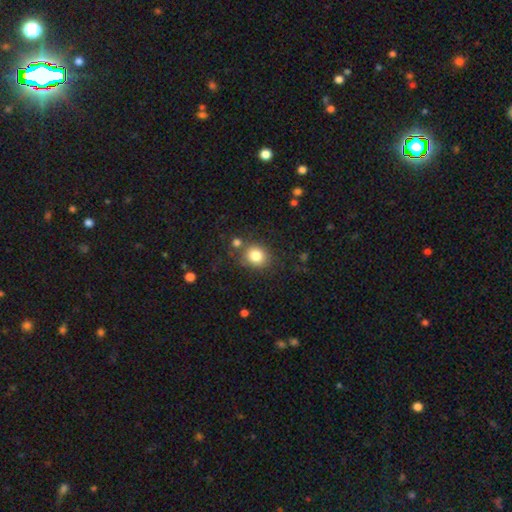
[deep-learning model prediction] A smooth galaxy with no disk features (82%) that is round (77%).

Vote fractions:
- Smooth or featured? smooth: 82% / star or artifact: 11% / featured or disk: 7%
- How rounded? round: 77% / in between: 22% / cigar-shaped: 1%
- Merging? none: 76% / minor disturbance: 11% / merger: 8% / major disturbance: 4%